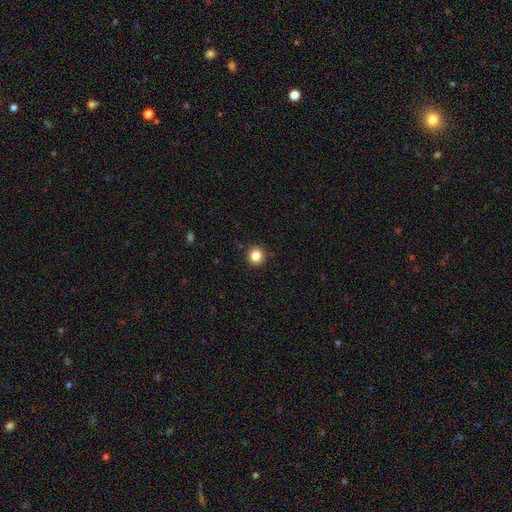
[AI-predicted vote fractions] This appears to be a smooth galaxy with no disk features (84%) that is round (93%). Merging: none (92%).